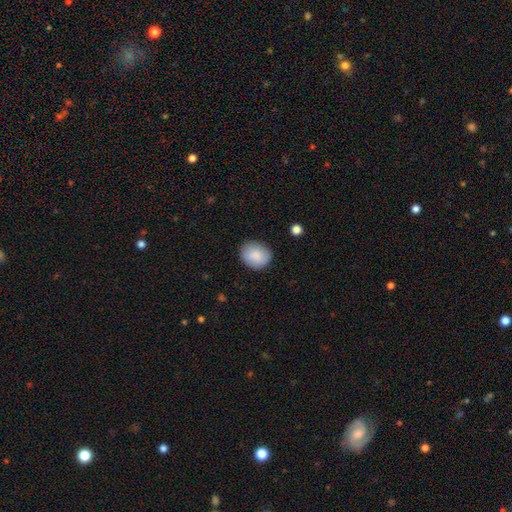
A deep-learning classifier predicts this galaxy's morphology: Smooth or featured? Predicted: smooth (p=0.85). How rounded? Predicted: round (p=0.59). Merging? Predicted: none (p=0.82).